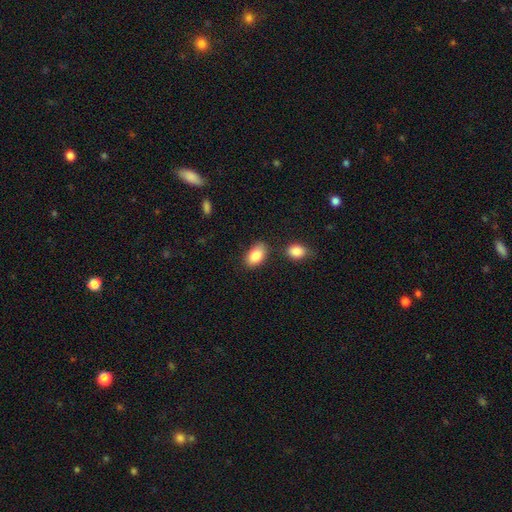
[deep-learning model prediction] This is clearly a smooth galaxy (86%). How rounded: clearly in between (91%). Merging: likely none (75%).